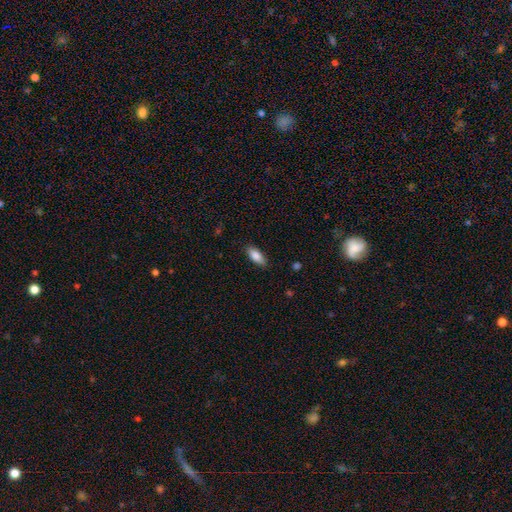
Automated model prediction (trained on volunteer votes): Overall: smooth (85%). How rounded: in between (79%). Merging: none (87%).